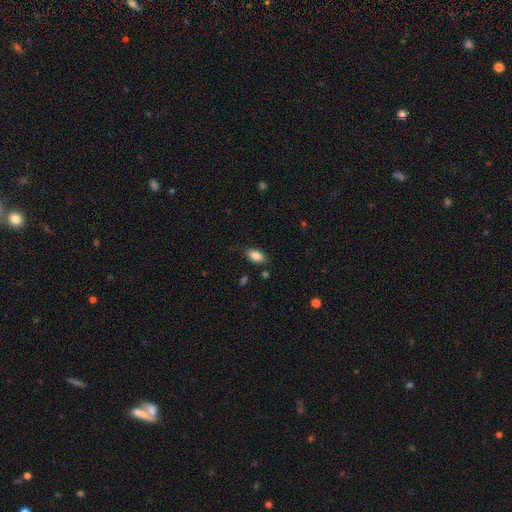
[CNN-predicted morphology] smooth-or-featured: smooth: 85% | star or artifact: 8% | featured or disk: 7%
  how-rounded: in between: 91% | cigar-shaped: 5% | round: 4%
  merging: none: 80% | minor disturbance: 15% | major disturbance: 3% | merger: 2%